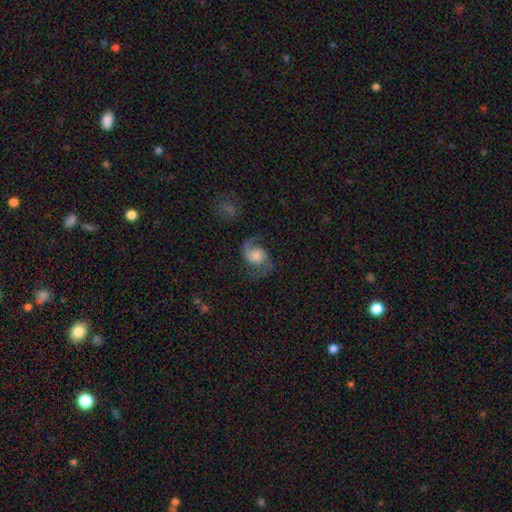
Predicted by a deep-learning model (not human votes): A featured or disk galaxy (86%) with no bar (65%), 2 (92%) medium (48%) spiral arms (97%) and a large central bulge (35%).

Vote fractions:
- Smooth or featured? featured or disk: 86% / smooth: 8% / star or artifact: 6%
- Edge-on disk? no: 98% / yes: 2%
- Bar? no: 65% / weak: 29% / strong: 6%
- Spiral arms? yes: 97% / no: 3%
- Spiral winding? medium: 48% / loose: 42% / tight: 10%
- Spiral arm count? 2: 92% / 1: 4% / can't tell: 2% / 3: 1% / 4: 1% / more than 4: 1%
- Bulge size? large: 35% / moderate: 33% / small: 15% / none: 11% / dominant: 6%
- Merging? none: 75% / minor disturbance: 14% / major disturbance: 9% / merger: 2%